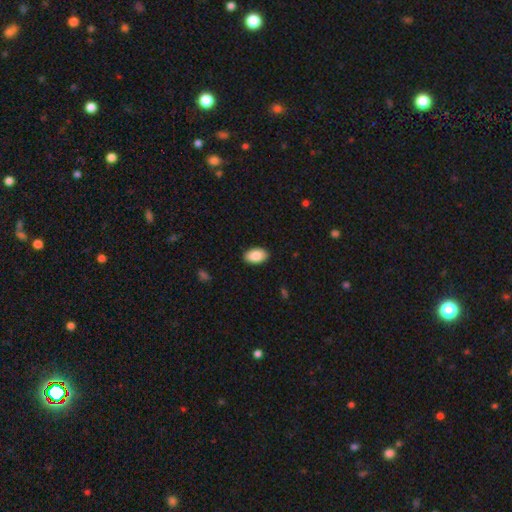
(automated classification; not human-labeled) Smooth or featured? Predicted: smooth (p=0.89). How rounded? Predicted: in between (p=0.93). Merging? Predicted: none (p=0.89).